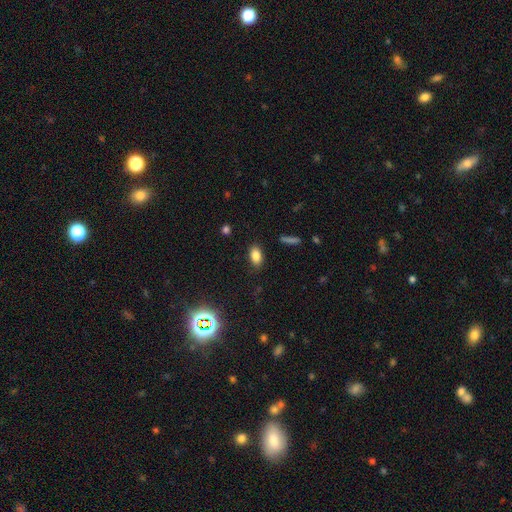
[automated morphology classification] smooth 82%, star or artifact 11%, featured or disk 7%. Down the decision tree: how rounded — in between (88%); merging — none (85%).